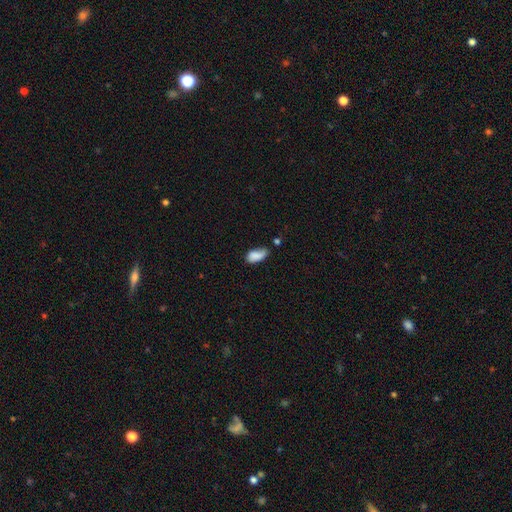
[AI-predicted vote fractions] Smooth or featured? smooth (82%)
How rounded? in between (90%)
Merging? none (42%)